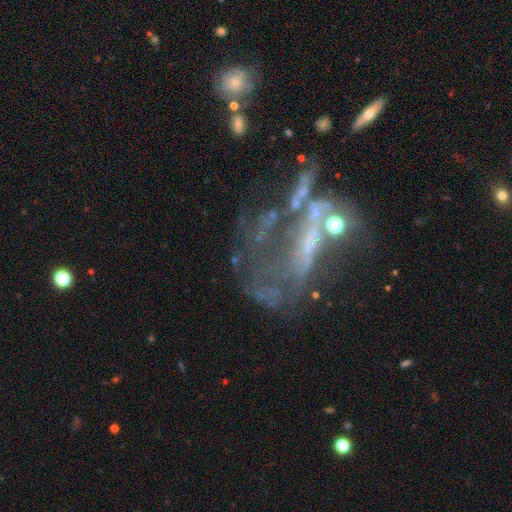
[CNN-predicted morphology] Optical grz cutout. It shows a featured or disk galaxy (61%) with no bar (57%), no spiral arms (65%) and no central bulge (49%). Merging: major disturbance (43%).